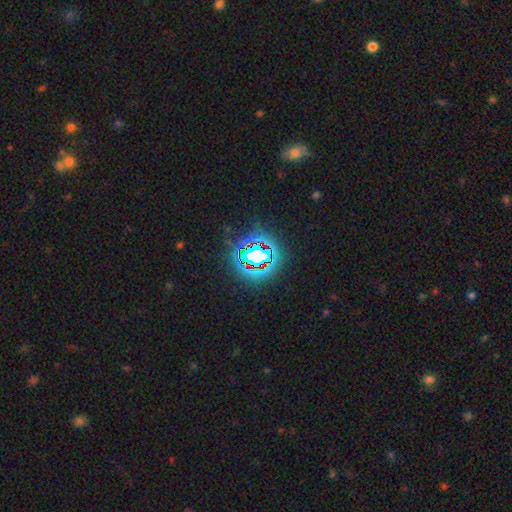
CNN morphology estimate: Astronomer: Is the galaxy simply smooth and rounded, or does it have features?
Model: star or artifact — 73%.